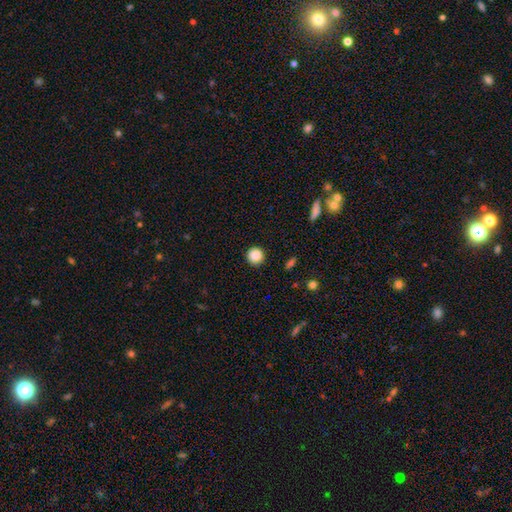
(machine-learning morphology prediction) smooth-or-featured: smooth: 87% | star or artifact: 10% | featured or disk: 3%
  how-rounded: round: 94% | in between: 5% | cigar-shaped: 1%
  merging: none: 92% | minor disturbance: 5% | major disturbance: 2% | merger: 1%